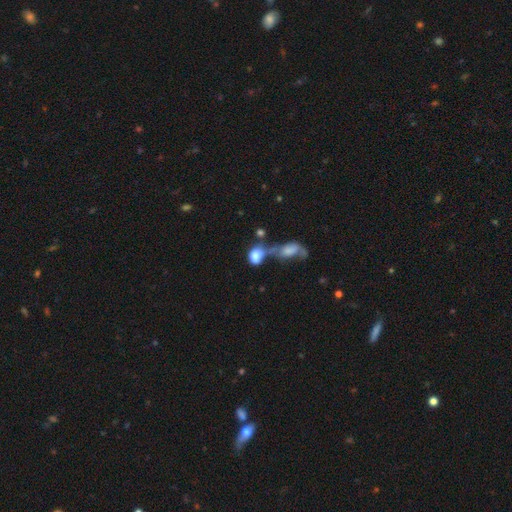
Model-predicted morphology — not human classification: type=smooth (77%); roundness=in between (76%); merging=merger (60%).